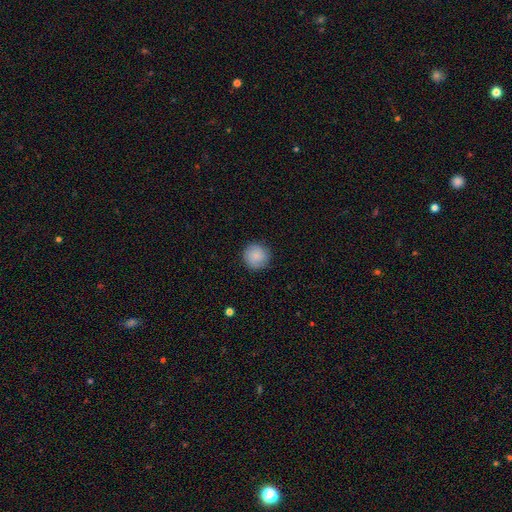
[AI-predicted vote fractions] This is clearly a smooth galaxy (84%). How rounded: clearly round (95%). Merging: clearly none (88%).